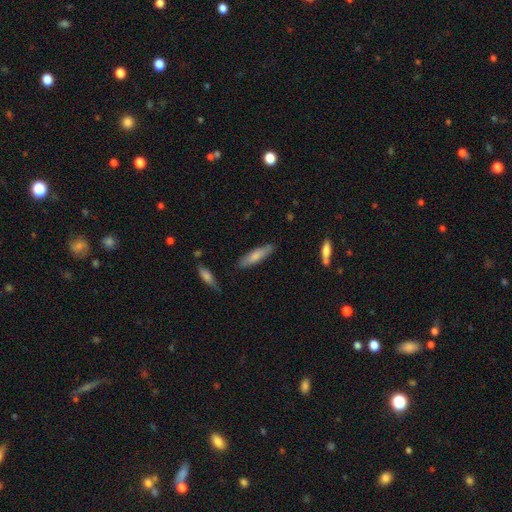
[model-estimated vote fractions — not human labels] Smooth or featured? smooth (71%)
How rounded? cigar-shaped (72%)
Merging? none (82%)